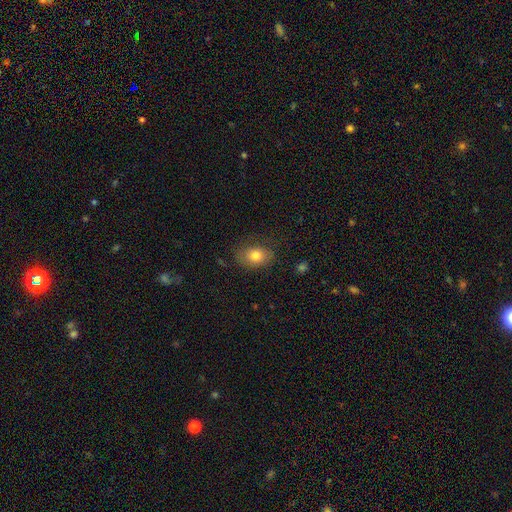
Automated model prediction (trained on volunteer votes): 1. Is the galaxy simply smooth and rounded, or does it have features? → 77% smooth, 14% featured or disk, 9% star or artifact.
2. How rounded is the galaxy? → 73% in between, 26% round, 1% cigar-shaped.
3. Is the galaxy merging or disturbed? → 75% none, 18% minor disturbance, 6% major disturbance, 1% merger.